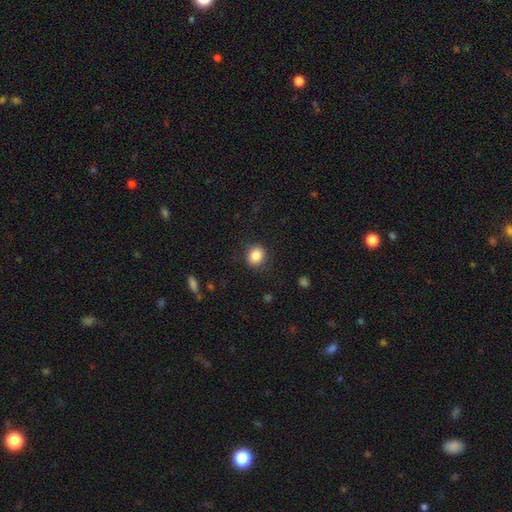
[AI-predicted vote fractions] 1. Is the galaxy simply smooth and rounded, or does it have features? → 85% smooth, 10% star or artifact, 5% featured or disk.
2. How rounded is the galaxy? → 78% round, 21% in between, 1% cigar-shaped.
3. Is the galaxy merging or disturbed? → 86% none, 10% minor disturbance, 3% major disturbance, 1% merger.